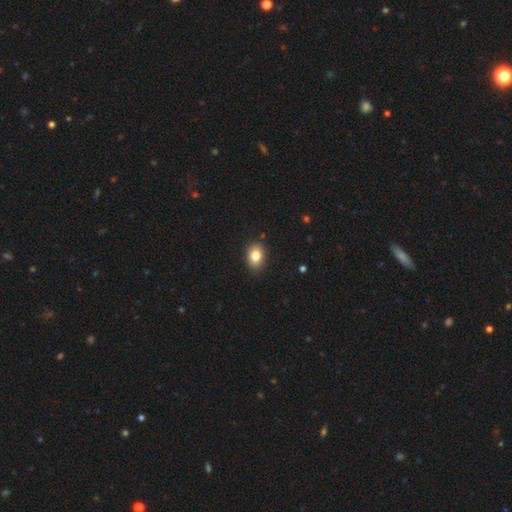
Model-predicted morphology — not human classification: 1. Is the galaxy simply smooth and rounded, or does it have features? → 82% smooth, 9% featured or disk, 9% star or artifact.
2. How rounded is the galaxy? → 74% in between, 25% round, 1% cigar-shaped.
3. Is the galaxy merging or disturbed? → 86% none, 11% minor disturbance, 2% major disturbance, 1% merger.